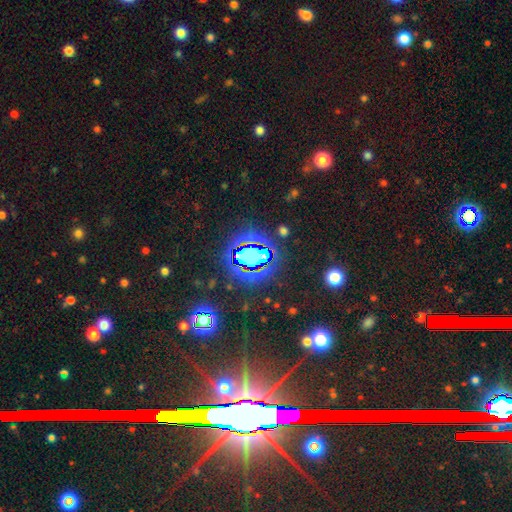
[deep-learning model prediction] A star or artifact, not a galaxy (65%).